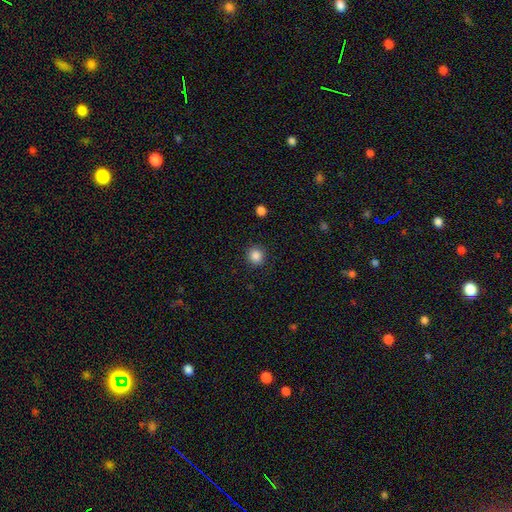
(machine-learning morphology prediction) Overall: smooth (87%). How rounded: round (92%). Merging: none (91%).